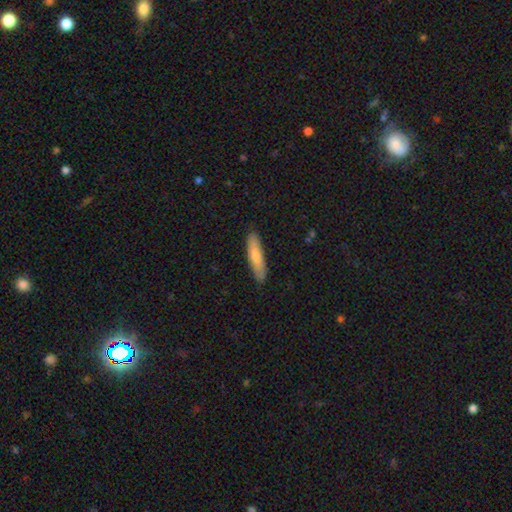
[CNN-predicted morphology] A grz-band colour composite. It shows a smooth galaxy with no disk features (75%) that is cigar-shaped (81%). Merging: none (88%).